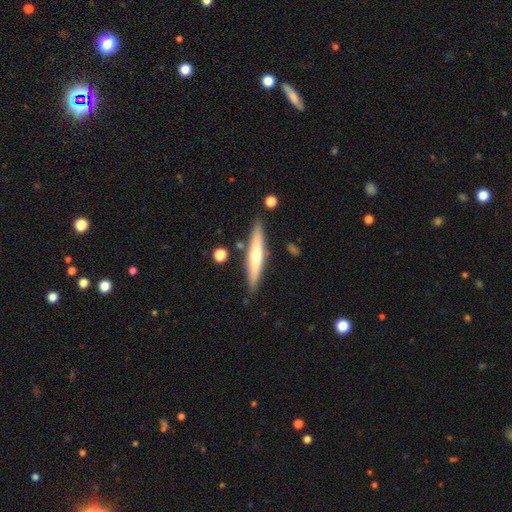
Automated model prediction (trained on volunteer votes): Smooth or featured: featured or disk — 47% (tied with smooth — 47%)
Merging: none — 85% (minor disturbance — 10%)